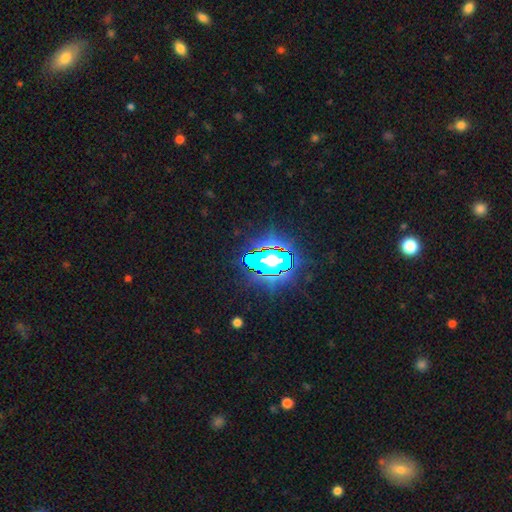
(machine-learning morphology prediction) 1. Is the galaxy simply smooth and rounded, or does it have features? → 67% star or artifact, 19% smooth, 15% featured or disk.